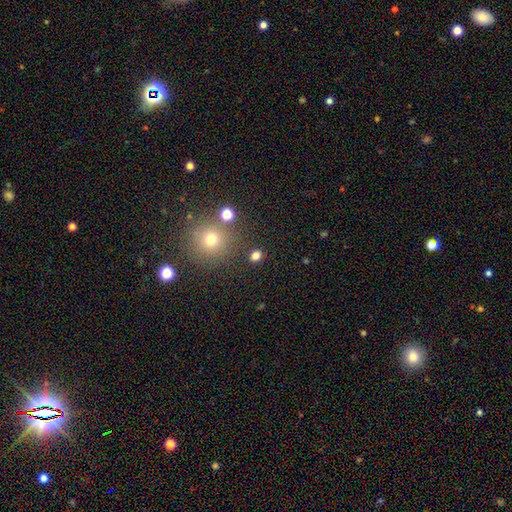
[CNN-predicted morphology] Smooth or featured?
  - smooth: 76% *
  - star or artifact: 18%
  - featured or disk: 6%
How rounded?
  - round: 68% *
  - in between: 31%
  - cigar-shaped: 1%
Merging?
  - none: 84% *
  - minor disturbance: 8%
  - merger: 5%
  - major disturbance: 3%